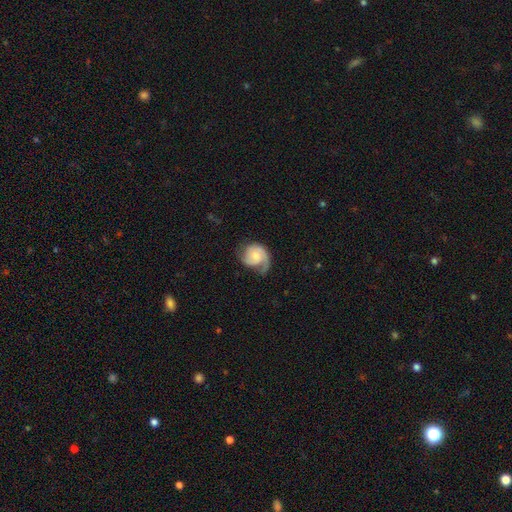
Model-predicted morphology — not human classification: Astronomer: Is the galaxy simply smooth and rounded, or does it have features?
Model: featured or disk — 68%.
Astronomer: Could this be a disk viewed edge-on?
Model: no — 98%.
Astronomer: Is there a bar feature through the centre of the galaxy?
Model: no — 70%.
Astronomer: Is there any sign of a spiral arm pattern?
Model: yes — 93%.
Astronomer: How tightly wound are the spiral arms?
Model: medium — 39% (runner-up: tight, 37%).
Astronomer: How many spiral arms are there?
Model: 1 — 46% (runner-up: 2, 42%).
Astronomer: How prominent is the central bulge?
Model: small — 45% (runner-up: moderate, 33%).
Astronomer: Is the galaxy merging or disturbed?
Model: none — 47% (runner-up: minor disturbance, 27%).